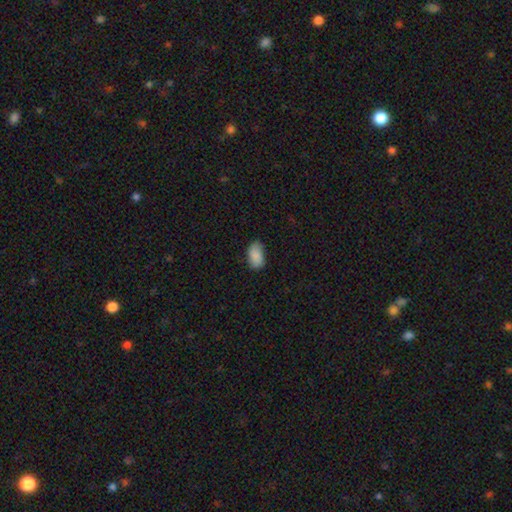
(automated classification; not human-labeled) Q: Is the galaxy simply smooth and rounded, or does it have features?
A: smooth — 85%.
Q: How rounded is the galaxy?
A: in between — 93%.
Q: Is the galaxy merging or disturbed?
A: none — 74%.